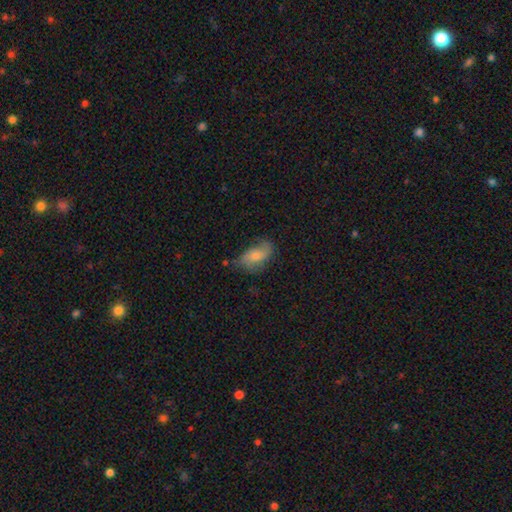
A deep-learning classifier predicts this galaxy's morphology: Smooth or featured? Predicted: smooth (p=0.51). How rounded? Predicted: in between (p=0.89). Merging? Predicted: none (p=0.56).